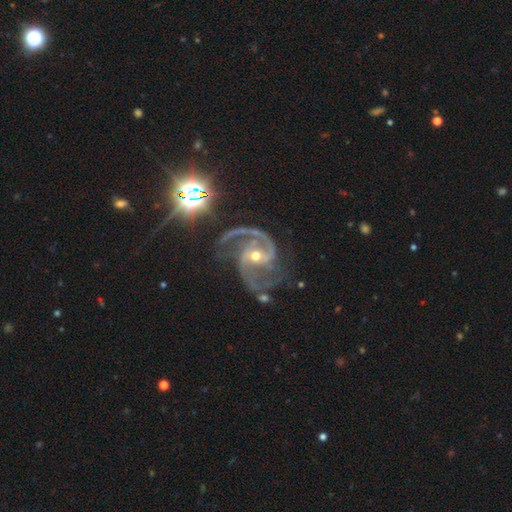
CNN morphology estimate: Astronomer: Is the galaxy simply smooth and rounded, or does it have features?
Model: featured or disk — 90%.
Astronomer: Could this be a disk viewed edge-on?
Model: no — 98%.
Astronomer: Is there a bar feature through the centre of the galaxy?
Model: weak — 38% (runner-up: no, 32%).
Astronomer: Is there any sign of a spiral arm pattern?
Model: yes — 98%.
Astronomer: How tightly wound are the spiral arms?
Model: medium — 62%.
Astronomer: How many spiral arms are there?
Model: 2 — 71%.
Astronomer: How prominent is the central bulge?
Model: moderate — 49% (runner-up: small, 48%).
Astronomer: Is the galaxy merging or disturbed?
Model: none — 62%.